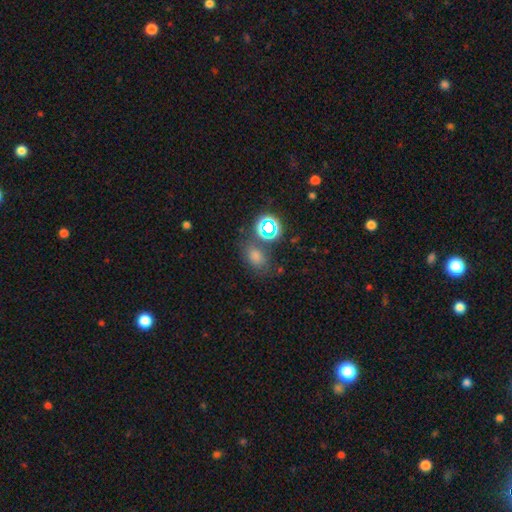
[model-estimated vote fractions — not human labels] Overall: smooth (55%; star or artifact 35%). How rounded: in between (55%; round 43%). Merging: none (68%).